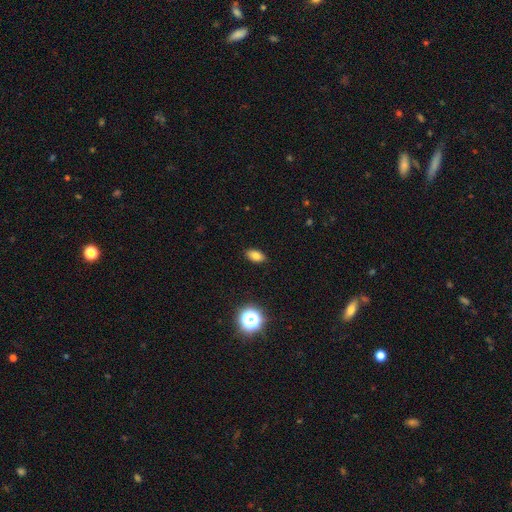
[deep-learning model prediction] smooth-or-featured: smooth: 79% | star or artifact: 13% | featured or disk: 8%
  how-rounded: in between: 88% | round: 9% | cigar-shaped: 3%
  merging: none: 89% | minor disturbance: 8% | major disturbance: 2% | merger: 1%